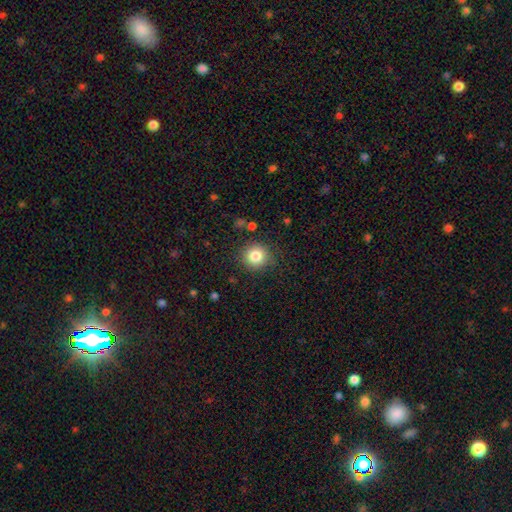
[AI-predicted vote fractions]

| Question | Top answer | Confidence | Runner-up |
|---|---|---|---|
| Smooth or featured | smooth | 84% | star or artifact (11%) |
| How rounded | round | 92% | in between (7%) |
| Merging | none | 85% | minor disturbance (10%) |